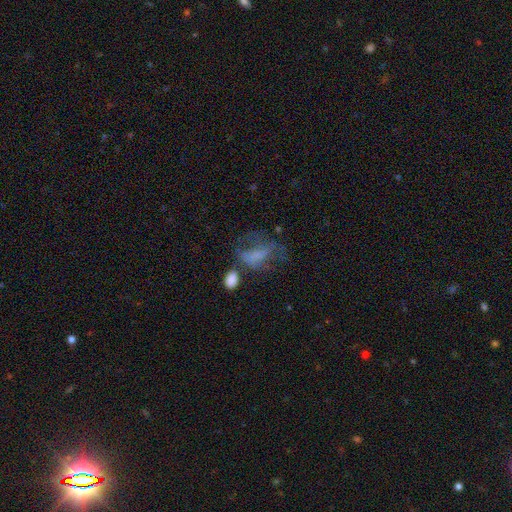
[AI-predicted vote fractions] This is possibly a smooth galaxy (49%). Merging: marginally major disturbance (38%).